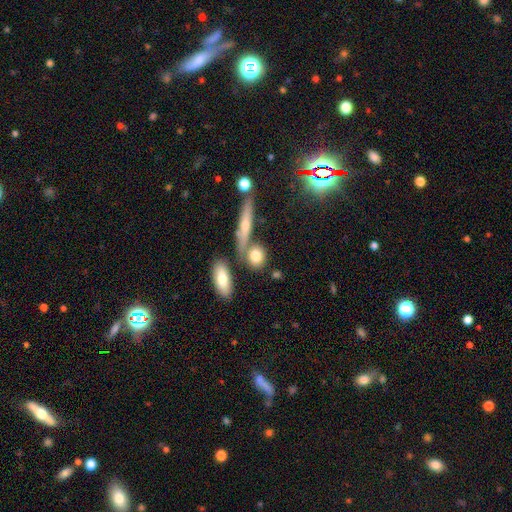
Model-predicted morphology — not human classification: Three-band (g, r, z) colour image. It shows a smooth galaxy with no disk features (77%) that is round (56%). Merging: none (66%).